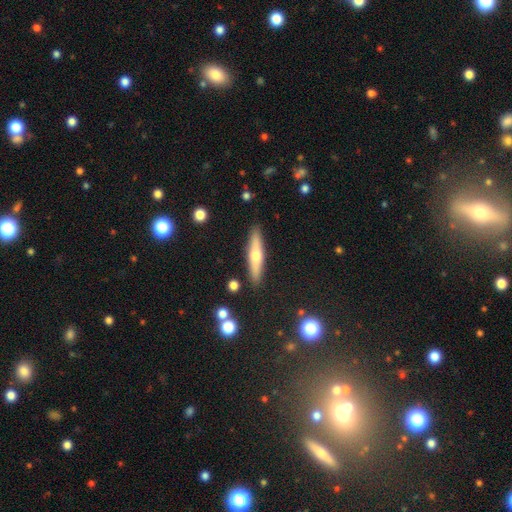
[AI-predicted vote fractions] smooth 48%, featured or disk 46%, star or artifact 6%. Down the decision tree: merging — none (89%).